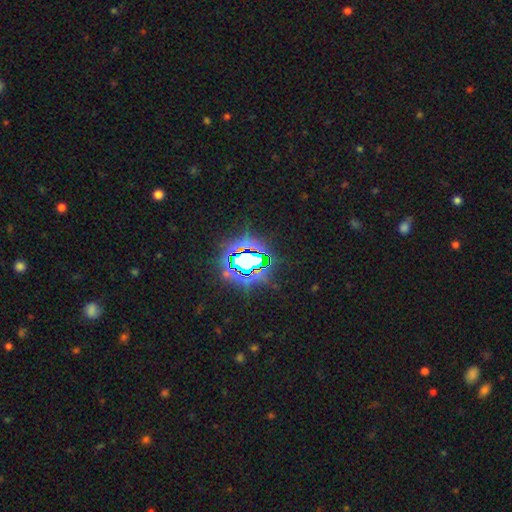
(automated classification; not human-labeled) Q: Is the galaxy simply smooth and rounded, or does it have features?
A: star or artifact — 75%.